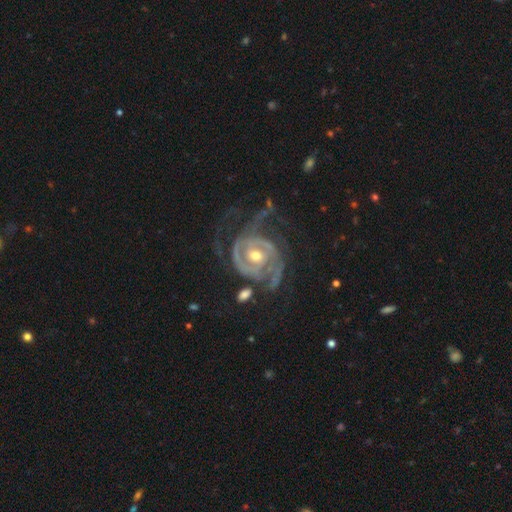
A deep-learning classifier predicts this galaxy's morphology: Smooth or featured? Predicted: featured or disk (p=0.92). Edge-on disk? Predicted: no (p=0.98). Bar? Predicted: no (p=0.53). Spiral arms? Predicted: yes (p=0.97). Spiral winding? Predicted: tight (p=0.59). Spiral arm count? Predicted: 2 (p=0.39). Bulge size? Predicted: moderate (p=0.63). Merging? Predicted: none (p=0.47).